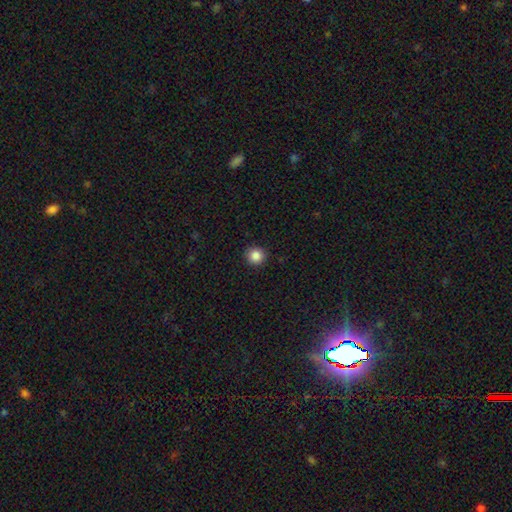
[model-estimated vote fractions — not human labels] smooth-or-featured: smooth: 86% | star or artifact: 10% | featured or disk: 4%
  how-rounded: round: 94% | in between: 5% | cigar-shaped: 1%
  merging: none: 92% | minor disturbance: 5% | major disturbance: 2% | merger: 1%